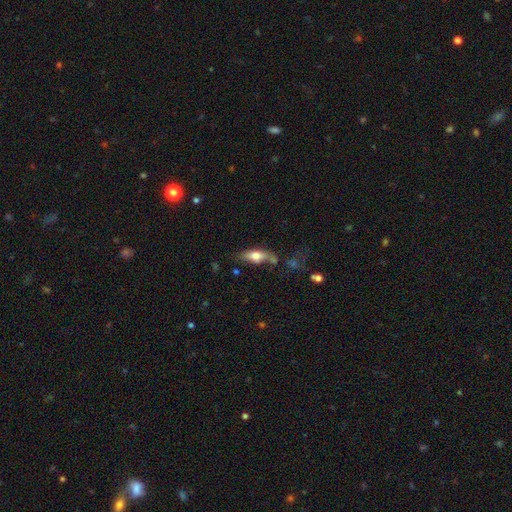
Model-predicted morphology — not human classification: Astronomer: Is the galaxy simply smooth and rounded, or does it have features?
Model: smooth — 63%.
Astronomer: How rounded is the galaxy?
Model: in between — 67%.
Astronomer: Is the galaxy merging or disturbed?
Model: none — 50% (runner-up: minor disturbance, 26%).